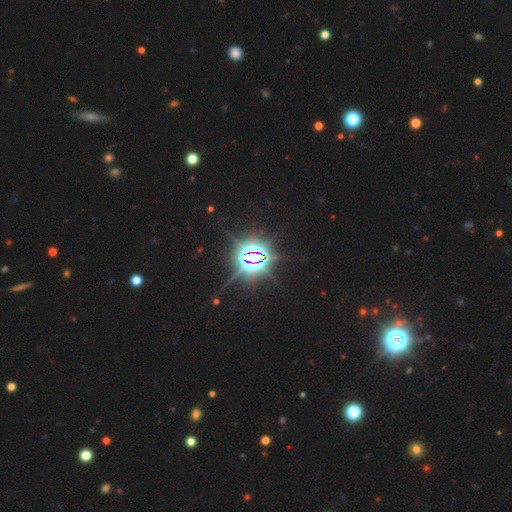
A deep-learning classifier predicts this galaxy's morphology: A star or artifact, not a galaxy (85%).

Vote fractions:
- Smooth or featured? star or artifact: 85% / featured or disk: 9% / smooth: 6%